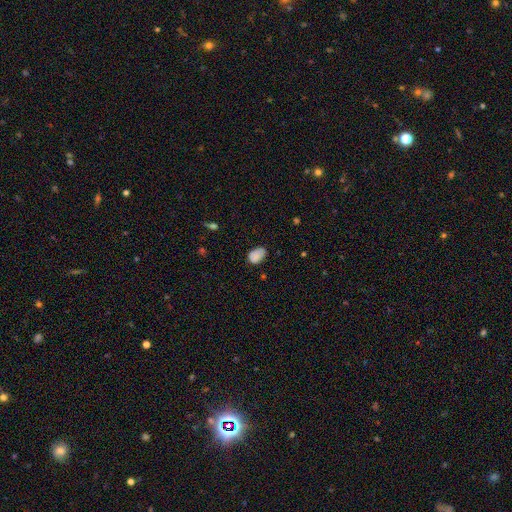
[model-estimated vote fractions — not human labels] This is clearly a smooth galaxy (84%). How rounded: clearly in between (86%). Merging: likely none (65%).